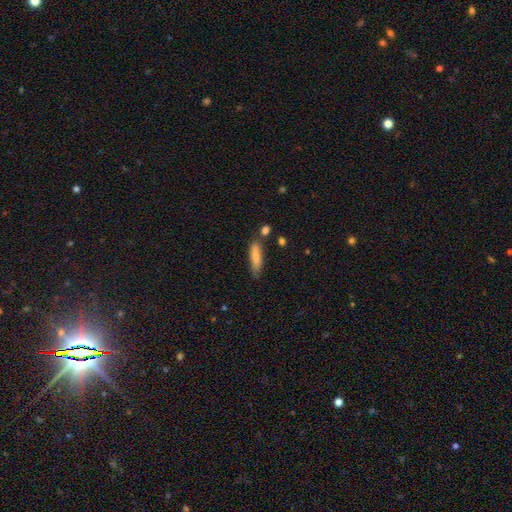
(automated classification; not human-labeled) smooth_or_featured: smooth (p=0.79) [alt: featured or disk p=0.14]
how_rounded: cigar-shaped (p=0.70) [alt: in between p=0.28]
merging: none (p=0.64) [alt: minor disturbance p=0.22]